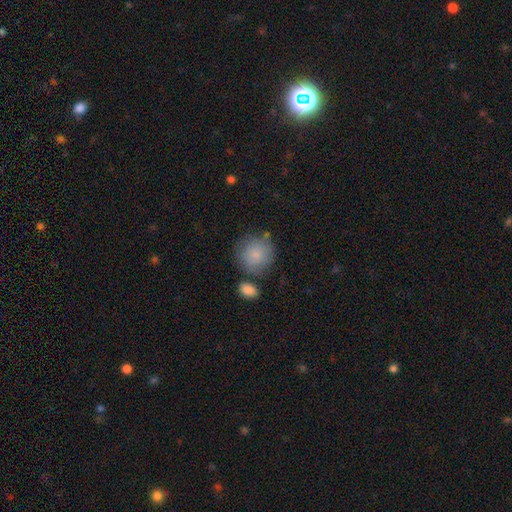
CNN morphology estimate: Smooth or featured? Predicted: smooth (p=0.85). How rounded? Predicted: round (p=0.91). Merging? Predicted: none (p=0.70).